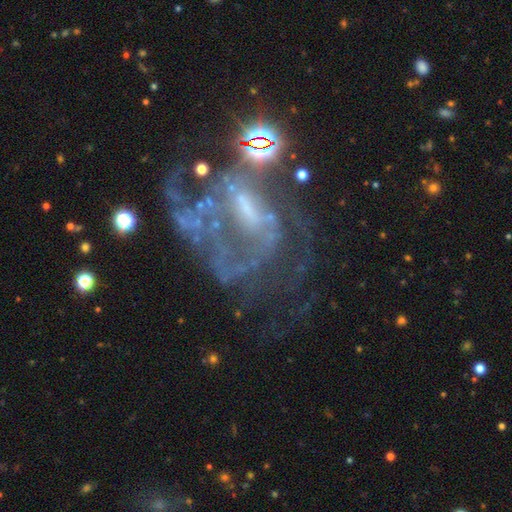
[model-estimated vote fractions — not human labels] This is likely a featured or disk galaxy (72%). It is clearly not viewed edge-on (97%). Bar: marginally no (44%). Spiral arm pattern: likely yes (64%). Central bulge: marginally none (42%). Merging: marginally major disturbance (38%).